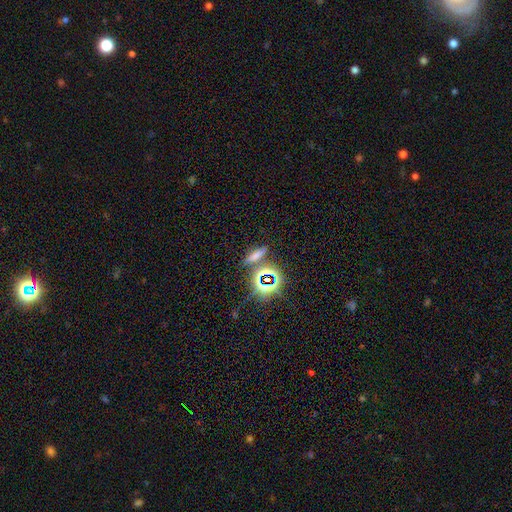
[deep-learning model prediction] smooth_or_featured: smooth (p=0.50) [alt: star or artifact p=0.35]
merging: none (p=0.77) [alt: minor disturbance p=0.10]